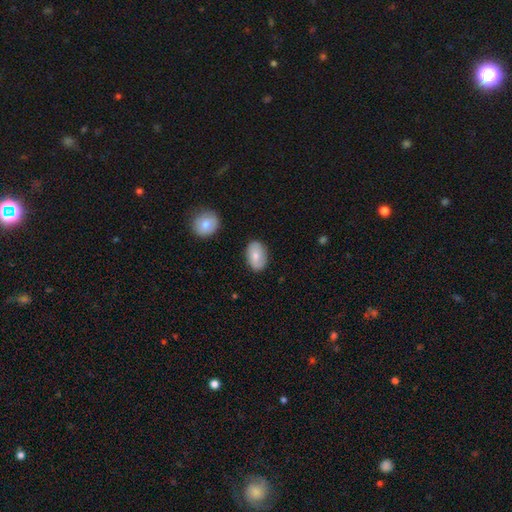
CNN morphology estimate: type=smooth (71%); roundness=in between (86%); merging=none (83%).